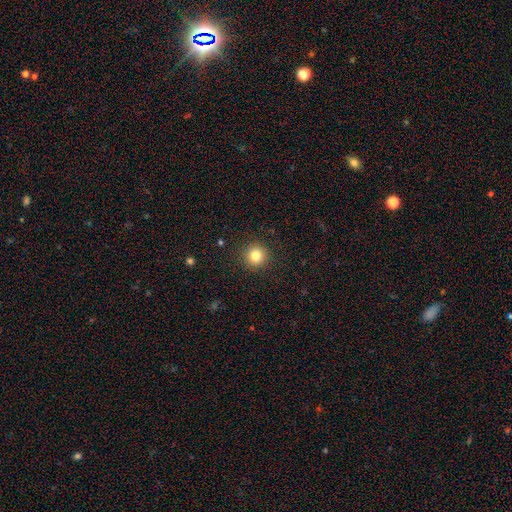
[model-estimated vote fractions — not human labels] A smooth galaxy with no disk features (81%) that is round (95%).

Vote fractions:
- Smooth or featured? smooth: 81% / star or artifact: 12% / featured or disk: 7%
- How rounded? round: 95% / in between: 4% / cigar-shaped: 1%
- Merging? none: 92% / minor disturbance: 5% / major disturbance: 2% / merger: 1%